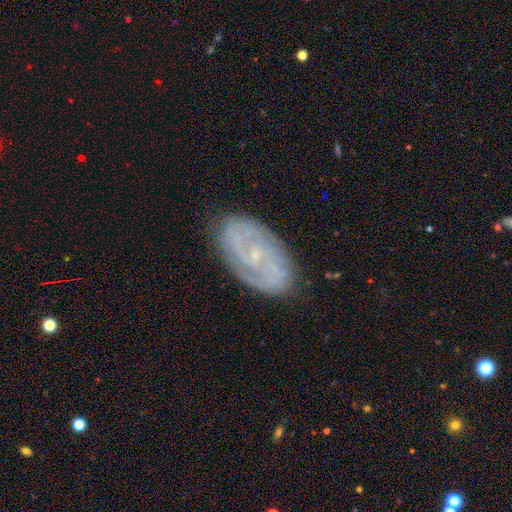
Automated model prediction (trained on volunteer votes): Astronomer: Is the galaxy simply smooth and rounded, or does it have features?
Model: featured or disk — 77%.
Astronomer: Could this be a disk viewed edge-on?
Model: no — 95%.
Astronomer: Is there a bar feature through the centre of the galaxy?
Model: no — 60%.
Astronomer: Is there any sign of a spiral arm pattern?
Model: yes — 92%.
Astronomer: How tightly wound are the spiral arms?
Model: tight — 54% (runner-up: medium, 35%).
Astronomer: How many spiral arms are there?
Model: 2 — 53%.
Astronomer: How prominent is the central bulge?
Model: small — 84%.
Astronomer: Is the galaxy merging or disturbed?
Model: none — 83%.